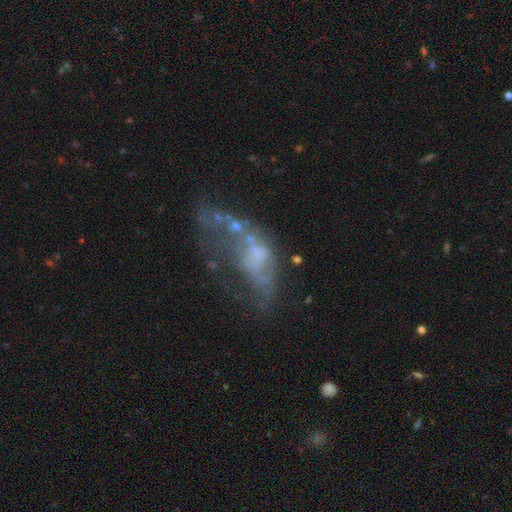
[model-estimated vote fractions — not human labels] smooth-or-featured: featured or disk: 60% | smooth: 25% | star or artifact: 15%
  disk-edge-on: no: 94% | yes: 6%
    bar: no: 84% | weak: 12% | strong: 3%
    has-spiral-arms: no: 84% | yes: 16%
    bulge-size: none: 59% | small: 22% | moderate: 14% | large: 3% | dominant: 1%
  merging: major disturbance: 41% | none: 24% | merger: 19% | minor disturbance: 15%